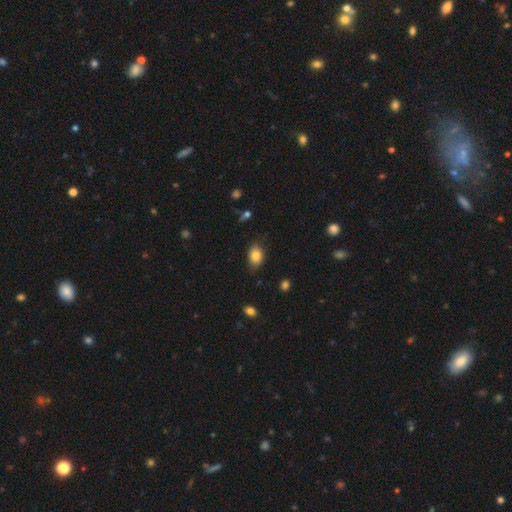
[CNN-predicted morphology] A smooth galaxy with no disk features (82%) that is in between round and cigar-shaped (81%). Merging: none (79%).